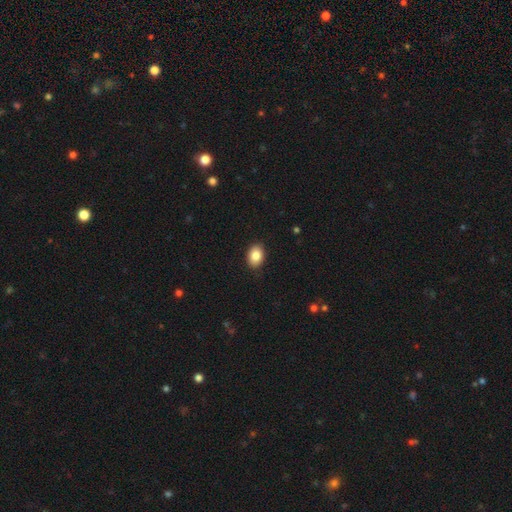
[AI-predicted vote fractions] This appears to be a smooth galaxy with no disk features (85%) that is in between round and cigar-shaped (79%). Merging: none (89%).